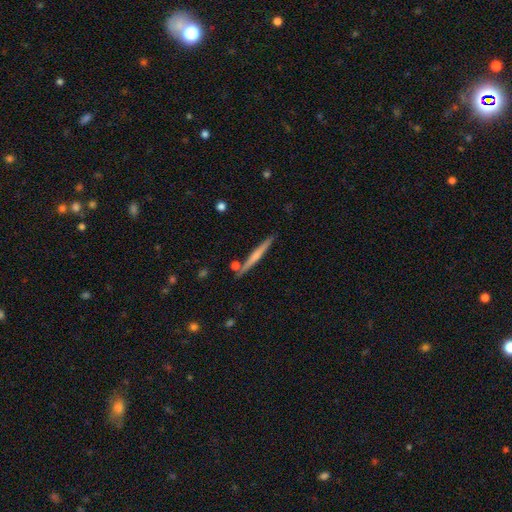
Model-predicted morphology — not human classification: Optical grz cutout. It shows a featured or disk galaxy (52%) viewed edge-on (97%) with no central bulge (49%). Merging: none (86%).